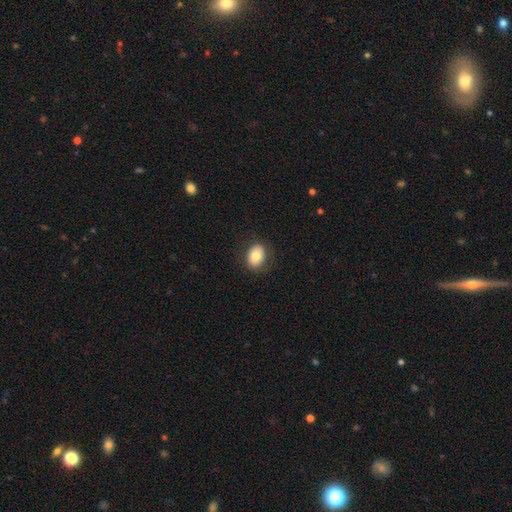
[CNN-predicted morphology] A smooth galaxy with no disk features (78%) that is in between round and cigar-shaped (62%). Merging: none (85%).